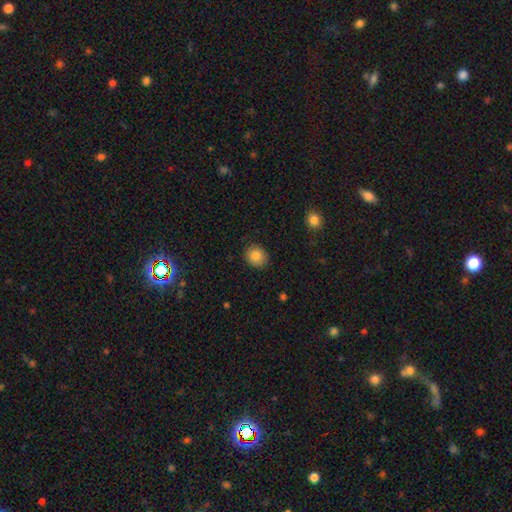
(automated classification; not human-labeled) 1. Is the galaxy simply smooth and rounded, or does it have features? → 83% smooth, 9% star or artifact, 8% featured or disk.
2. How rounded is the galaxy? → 77% round, 22% in between, 1% cigar-shaped.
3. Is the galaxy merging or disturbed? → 87% none, 9% minor disturbance, 2% major disturbance, 1% merger.